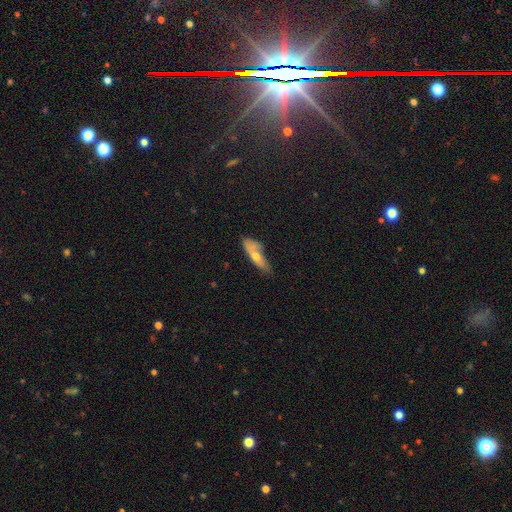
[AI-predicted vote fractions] Smooth or featured?
  - smooth: 63% *
  - featured or disk: 30%
  - star or artifact: 7%
How rounded?
  - cigar-shaped: 50% *
  - in between: 48%
  - round: 3%
Merging?
  - none: 51% *
  - minor disturbance: 31%
  - major disturbance: 10%
  - merger: 8%